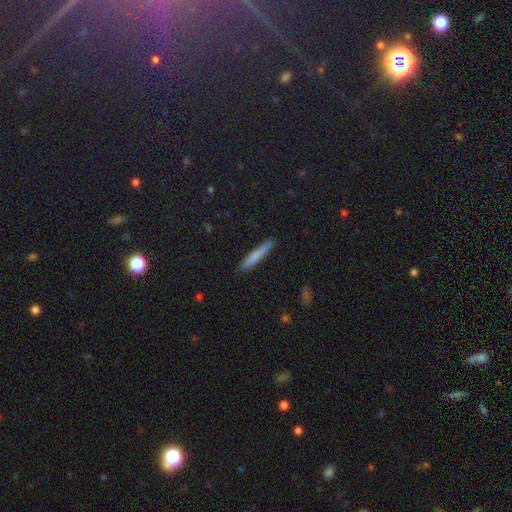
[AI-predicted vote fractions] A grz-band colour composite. It shows a smooth galaxy with no disk features (73%) that is cigar-shaped (95%). Merging: none (90%).